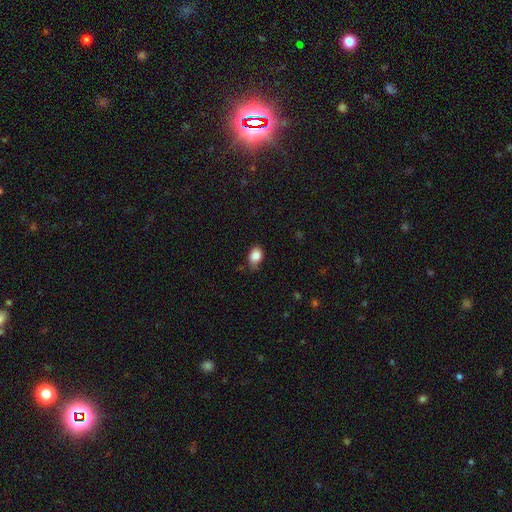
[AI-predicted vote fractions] Smooth or featured: smooth — 85% (star or artifact — 9%)
How rounded: in between — 72% (round — 27%)
Merging: none — 66% (minor disturbance — 28%)